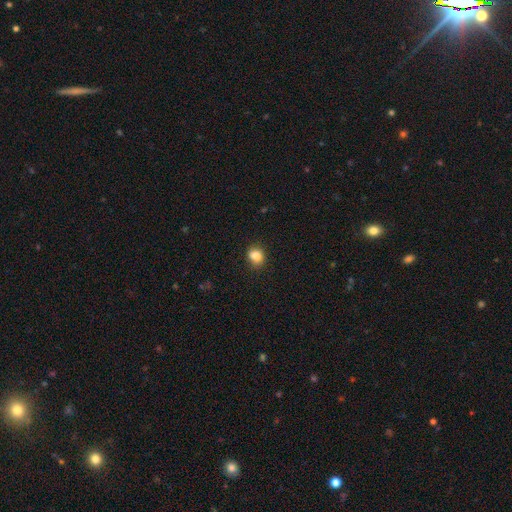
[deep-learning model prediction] smooth-or-featured: smooth: 86% | star or artifact: 10% | featured or disk: 5%
  how-rounded: round: 59% | in between: 39% | cigar-shaped: 1%
  merging: none: 77% | minor disturbance: 17% | major disturbance: 4% | merger: 2%